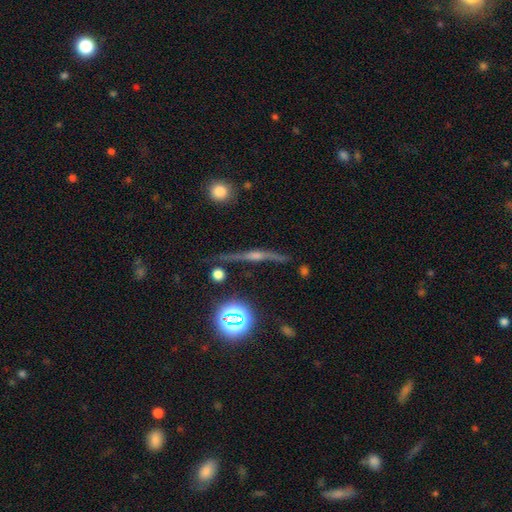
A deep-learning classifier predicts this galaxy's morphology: type=featured or disk (75%); edge-on=yes (94%); edge-on bulge=rounded (83%); merging=none (82%).